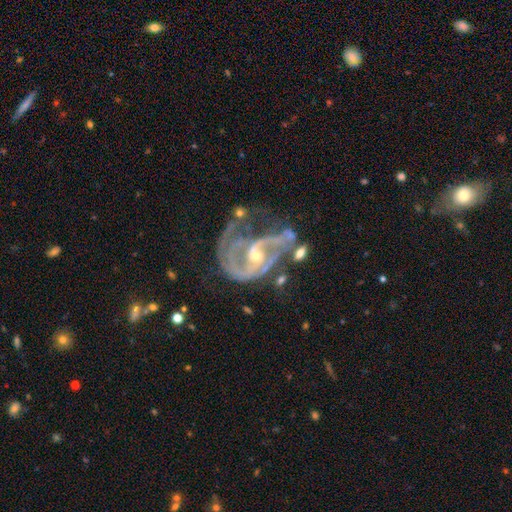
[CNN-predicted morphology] This is clearly a featured or disk galaxy (89%). It is clearly not viewed edge-on (98%). Bar: marginally weak (41%). Spiral arm pattern: clearly yes (94%). Spiral arm count: possibly 2 (58%). Spiral winding: possibly medium (46%). Central bulge: possibly small (54%). Merging: marginally major disturbance (38%).